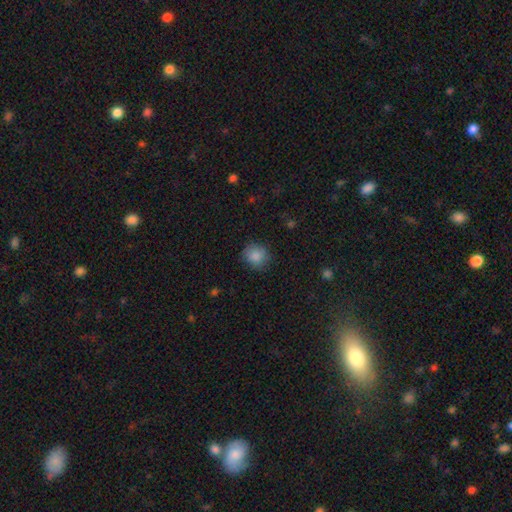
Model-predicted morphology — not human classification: smooth_or_featured: smooth (p=0.87) [alt: star or artifact p=0.09]
how_rounded: round (p=0.85) [alt: in between p=0.14]
merging: none (p=0.83) [alt: minor disturbance p=0.12]